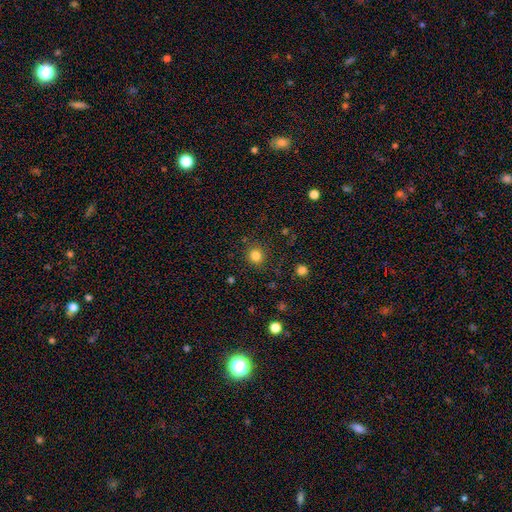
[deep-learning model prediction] smooth 82%, star or artifact 13%, featured or disk 5%. Down the decision tree: how rounded — round (90%); merging — none (88%).